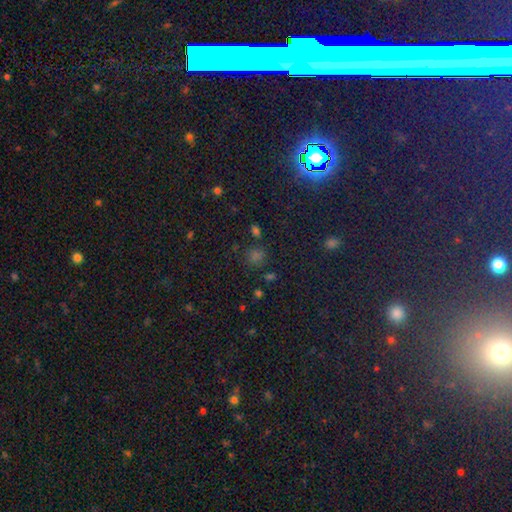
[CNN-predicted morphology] This is possibly a star or artifact rather than a galaxy (51%).